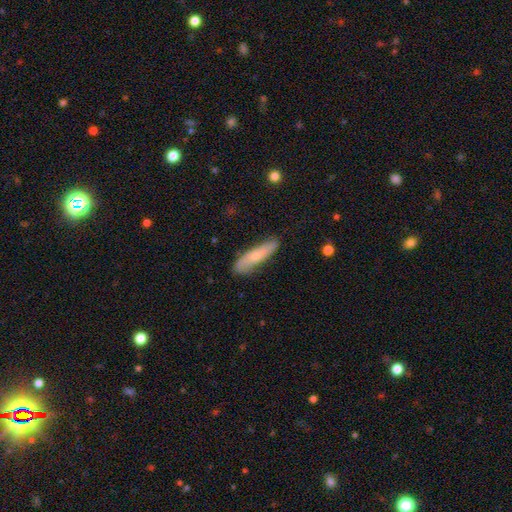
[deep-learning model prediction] Smooth or featured? smooth (65%)
How rounded? cigar-shaped (78%)
Merging? none (79%)